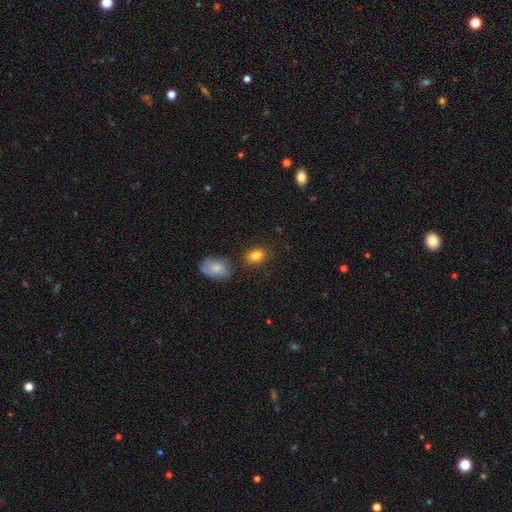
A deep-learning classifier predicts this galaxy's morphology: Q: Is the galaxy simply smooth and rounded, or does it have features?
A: smooth — 82%.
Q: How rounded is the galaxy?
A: in between — 67%.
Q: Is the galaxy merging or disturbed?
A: none — 75%.